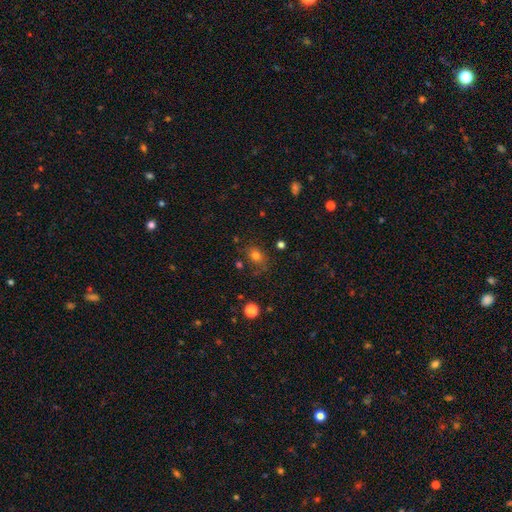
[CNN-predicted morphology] Q: Smooth or featured?
A: smooth (76%); runner-up: star or artifact (15%)
Q: How rounded?
A: in between (53%); runner-up: round (45%)
Q: Merging?
A: none (69%); runner-up: minor disturbance (19%)